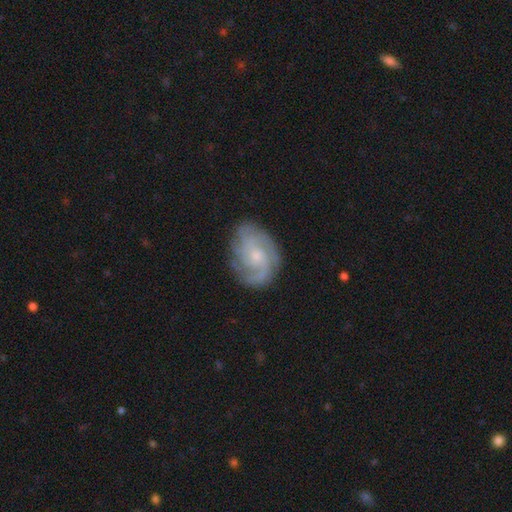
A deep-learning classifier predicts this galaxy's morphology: smooth_or_featured: featured or disk (p=0.83) [alt: smooth p=0.11]
disk_edge_on: no (p=0.97) [alt: yes p=0.03]
bar: no (p=0.72) [alt: weak p=0.25]
has_spiral_arms: yes (p=0.97) [alt: no p=0.03]
spiral_winding: tight (p=0.54) [alt: medium p=0.37]
spiral_arm_count: 3 (p=0.32) [alt: can't tell p=0.22]
bulge_size: small (p=0.67) [alt: moderate p=0.27]
merging: none (p=0.77) [alt: minor disturbance p=0.16]